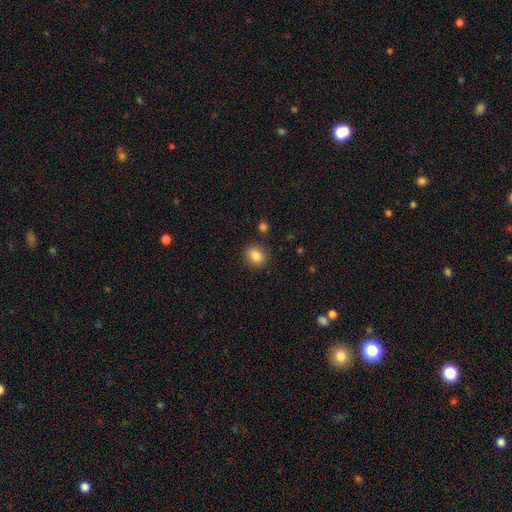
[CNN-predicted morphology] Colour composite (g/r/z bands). It shows a smooth galaxy with no disk features (84%) that is round (56%). Merging: none (85%).